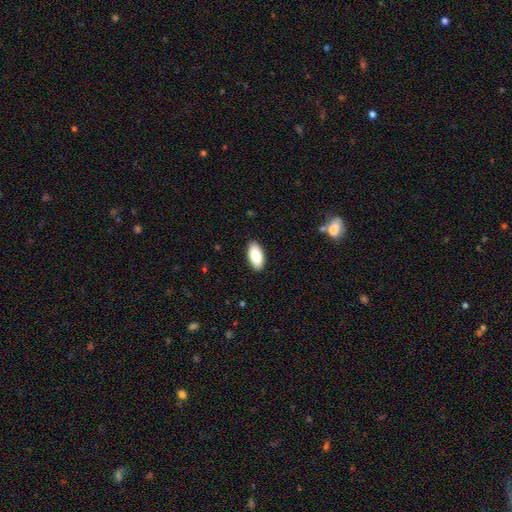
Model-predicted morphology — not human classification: type=smooth (86%); roundness=in between (93%); merging=none (90%).